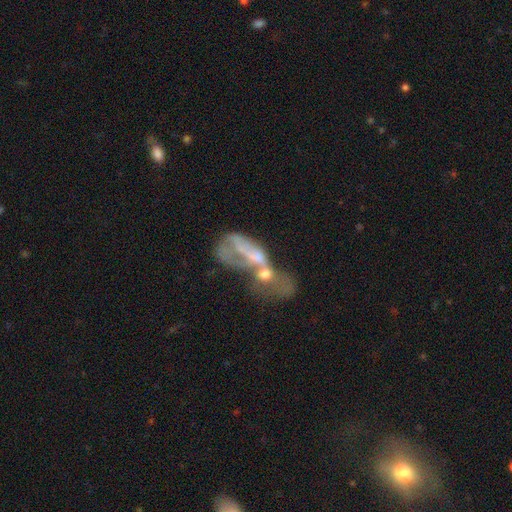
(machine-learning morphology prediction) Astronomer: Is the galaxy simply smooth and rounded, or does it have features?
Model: featured or disk — 53% (runner-up: smooth, 36%).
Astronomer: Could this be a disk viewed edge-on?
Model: no — 91%.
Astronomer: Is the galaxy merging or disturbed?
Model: merger — 66%.